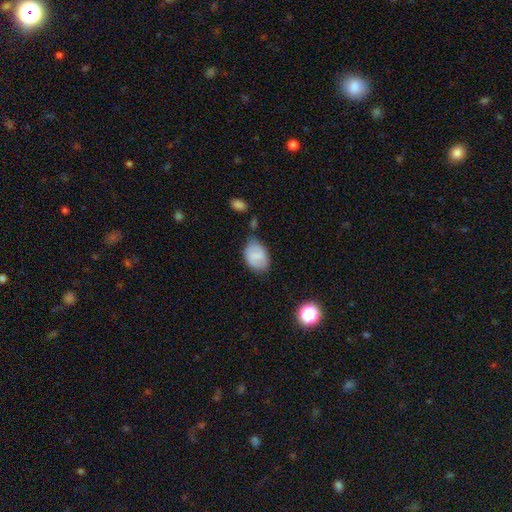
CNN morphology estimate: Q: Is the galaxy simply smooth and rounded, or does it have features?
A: smooth — 73%.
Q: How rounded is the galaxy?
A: in between — 81%.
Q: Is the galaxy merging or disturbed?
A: none — 59%.